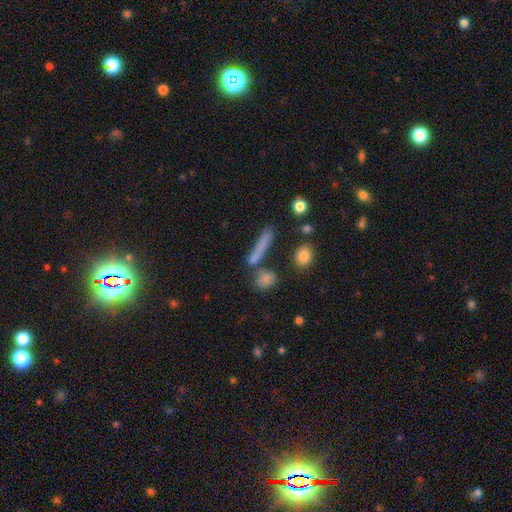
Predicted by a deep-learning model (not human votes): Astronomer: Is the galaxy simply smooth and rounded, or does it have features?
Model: smooth — 71%.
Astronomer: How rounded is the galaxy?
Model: cigar-shaped — 76%.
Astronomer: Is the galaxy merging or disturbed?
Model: none — 67%.